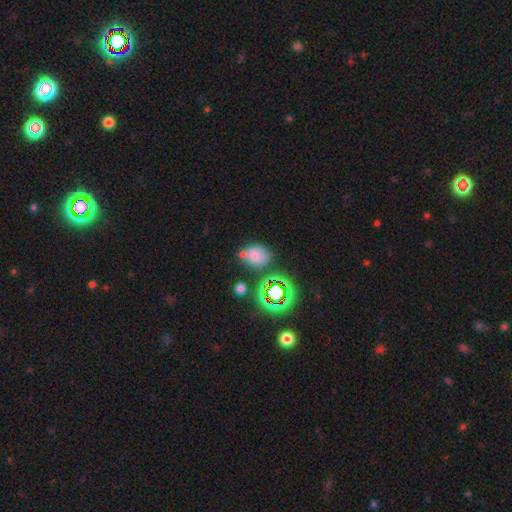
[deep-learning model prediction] This is likely a smooth galaxy (61%). How rounded: possibly in between (55%). Merging: possibly none (51%).